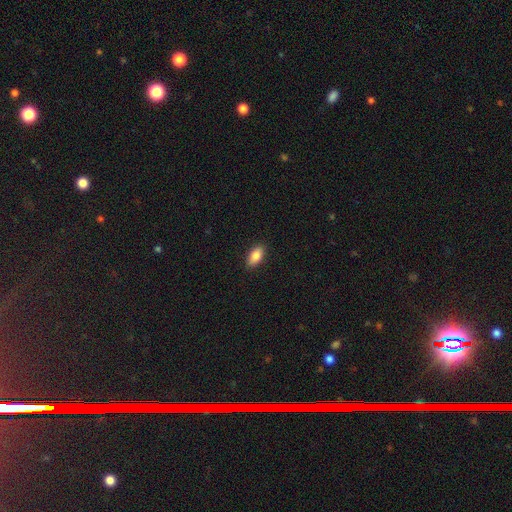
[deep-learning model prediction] A smooth galaxy with no disk features (84%) that is in between round and cigar-shaped (90%). Merging: none (89%).